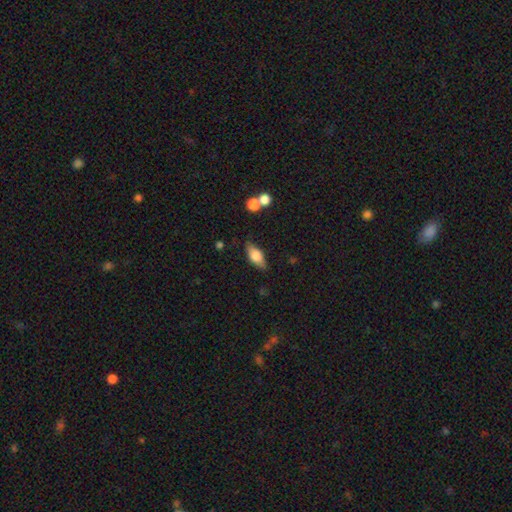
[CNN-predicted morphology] smooth_or_featured: smooth (p=0.69) [alt: featured or disk p=0.23]
how_rounded: in between (p=0.82) [alt: cigar-shaped p=0.14]
merging: none (p=0.81) [alt: minor disturbance p=0.13]